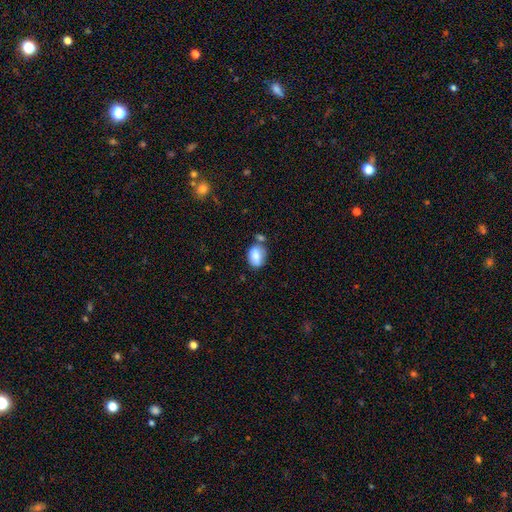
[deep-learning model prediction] Morphology: type=smooth (82%); roundness=in between (78%); merging=none (55%).